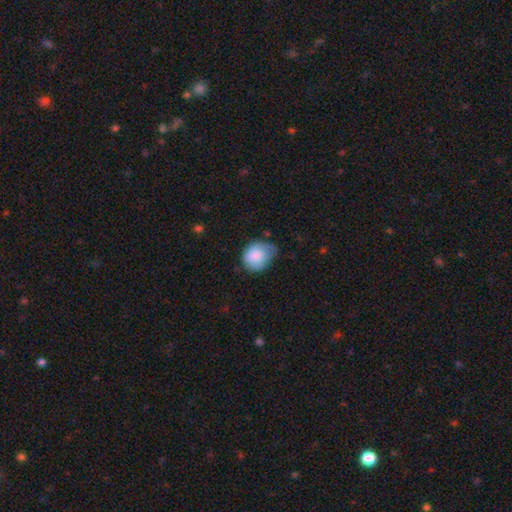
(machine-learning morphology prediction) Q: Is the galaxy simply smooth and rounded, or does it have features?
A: smooth — 82%.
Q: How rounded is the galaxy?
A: round — 52%.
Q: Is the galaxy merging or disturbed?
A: none — 44%.